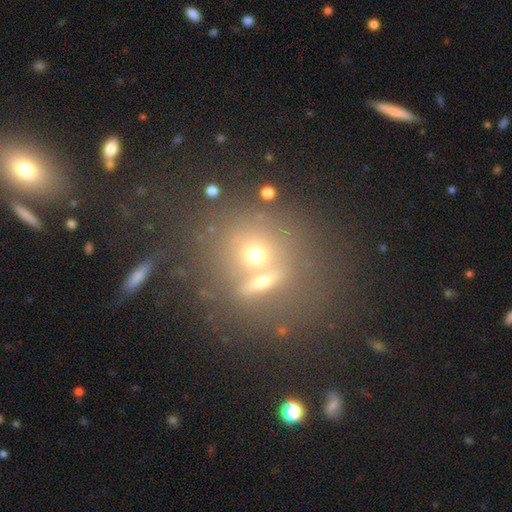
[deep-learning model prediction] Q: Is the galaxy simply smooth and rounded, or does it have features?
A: smooth — 49%.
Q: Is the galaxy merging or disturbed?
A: merger — 47%.